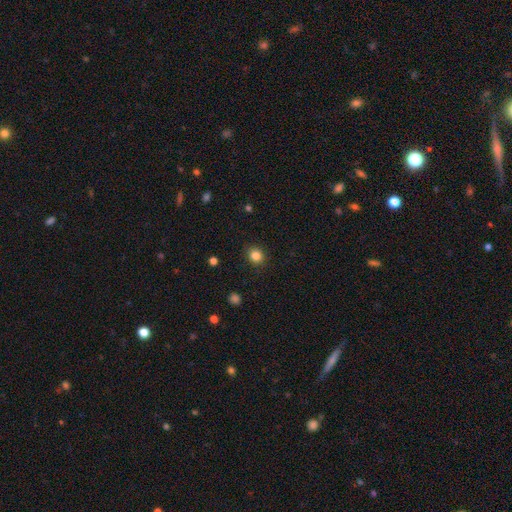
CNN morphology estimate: Smooth or featured: smooth — 84% (star or artifact — 11%)
How rounded: round — 80% (in between — 19%)
Merging: none — 89% (minor disturbance — 7%)